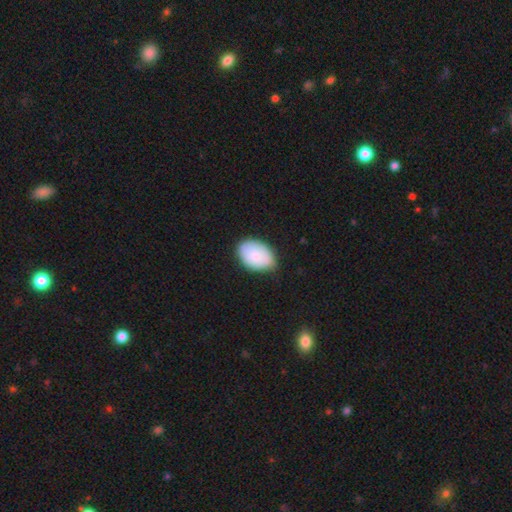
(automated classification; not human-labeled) Overall: smooth (82%). How rounded: in between (83%). Merging: none (66%; minor disturbance 27%).